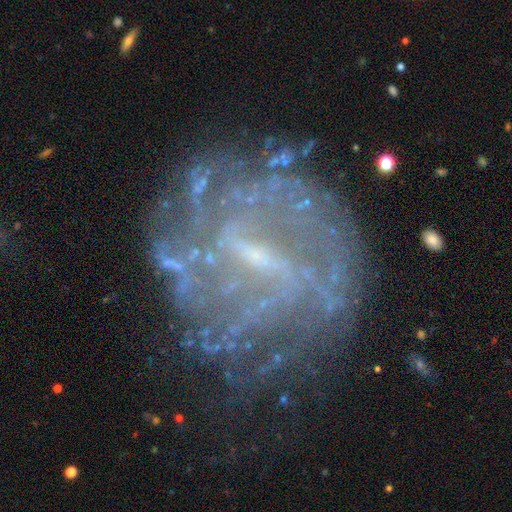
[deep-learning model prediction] This appears to be a featured or disk galaxy (78%) with a weak bar (51%), tight (51%) spiral arms (72%) and a small central bulge (63%). Merging: none (66%).